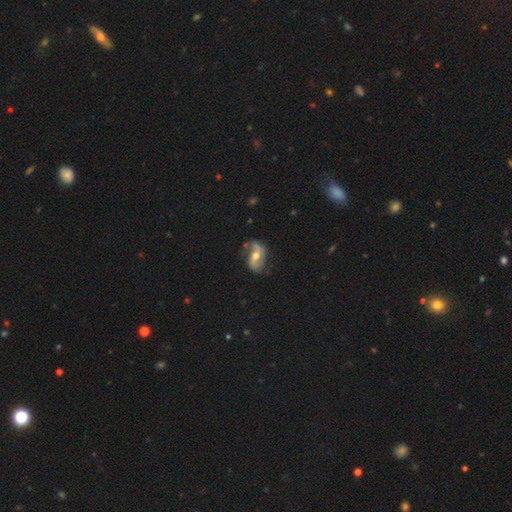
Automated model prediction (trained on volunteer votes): The model was most divided on "bar": no: 40%, weak: 38%, strong: 22%. More confident: edge-on disk — no (96%); spiral arms — yes (90%); spiral arm count — 2 (89%); smooth or featured — featured or disk (76%); bulge size — moderate (71%); merging — none (65%); spiral winding — loose (56%).